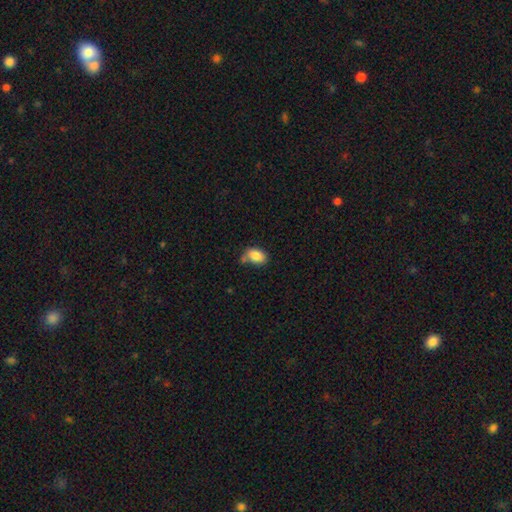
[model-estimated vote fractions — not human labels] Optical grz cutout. It shows a smooth galaxy with no disk features (85%) that is in between round and cigar-shaped (84%). Merging: none (59%).